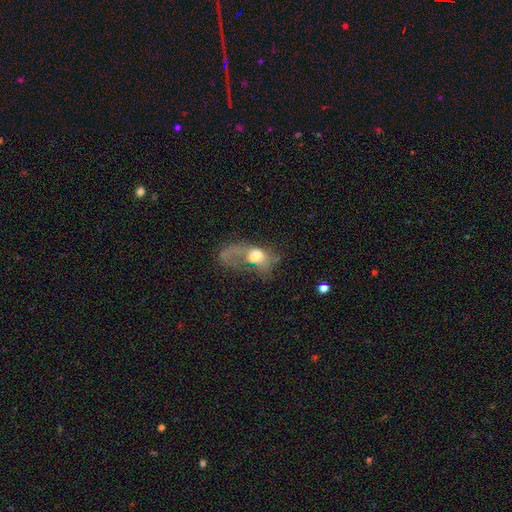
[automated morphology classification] Smooth or featured: featured or disk — 45% (smooth — 44%)
Merging: major disturbance — 64% (none — 15%)